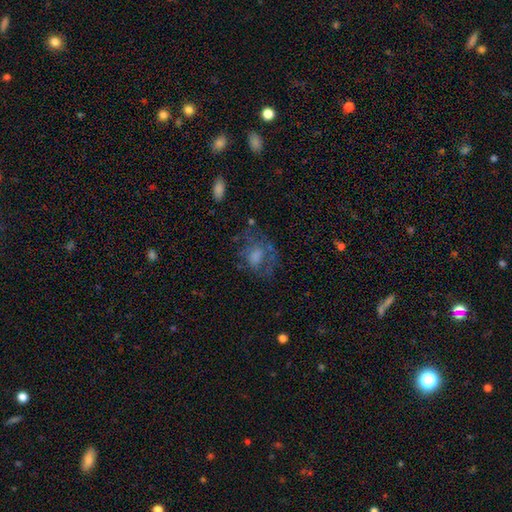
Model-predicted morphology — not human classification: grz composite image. It shows a featured or disk galaxy (45%). Merging: none (56%).